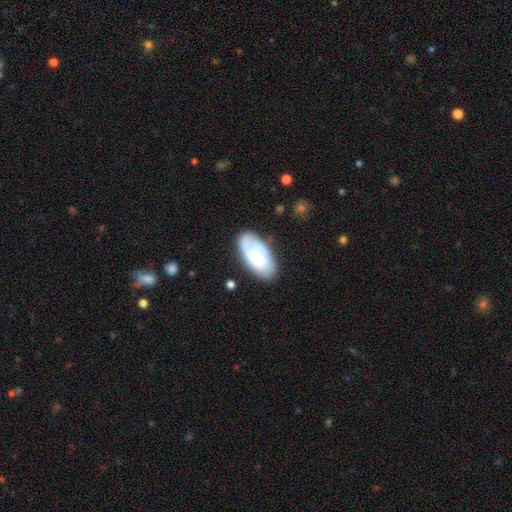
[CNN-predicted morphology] Smooth or featured?
  - featured or disk: 50% *
  - smooth: 43%
  - star or artifact: 7%
Edge-on disk?
  - no: 93% *
  - yes: 7%
Merging?
  - none: 75% *
  - minor disturbance: 18%
  - major disturbance: 5%
  - merger: 2%